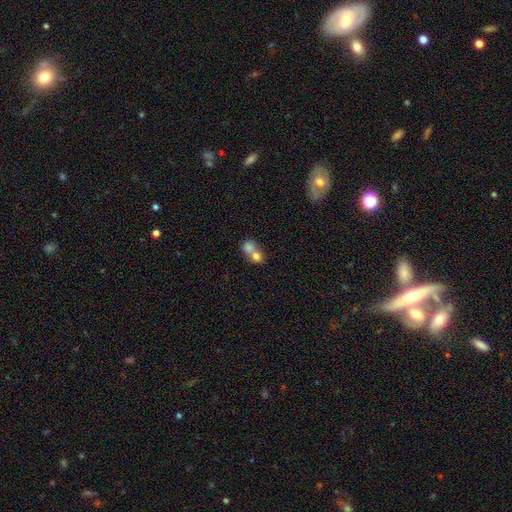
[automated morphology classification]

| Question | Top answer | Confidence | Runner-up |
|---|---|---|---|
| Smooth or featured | smooth | 72% | featured or disk (18%) |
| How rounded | round | 64% | in between (35%) |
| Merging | merger | 73% | none (19%) |